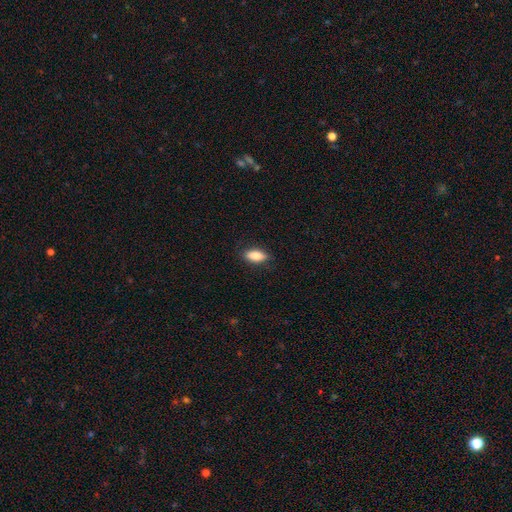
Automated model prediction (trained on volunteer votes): Smooth or featured: smooth — 85% (featured or disk — 8%)
How rounded: in between — 85% (cigar-shaped — 12%)
Merging: none — 86% (minor disturbance — 11%)